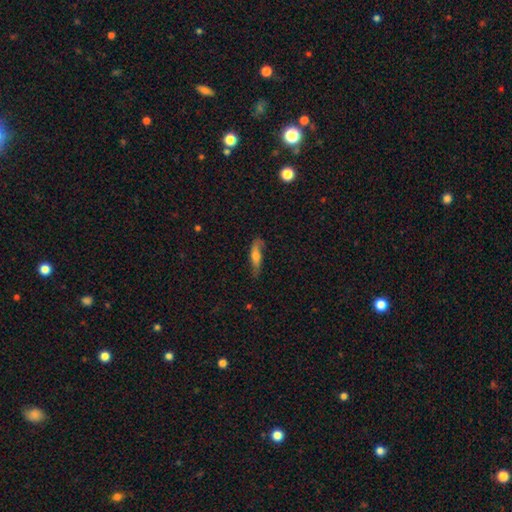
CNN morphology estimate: This is possibly a smooth galaxy (57%). How rounded: likely cigar-shaped (66%). Merging: likely none (65%).